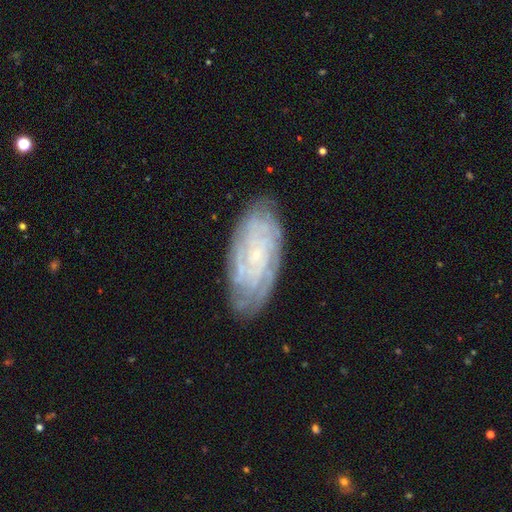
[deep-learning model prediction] smooth_or_featured: featured or disk (p=0.79) [alt: smooth p=0.13]
disk_edge_on: no (p=0.94) [alt: yes p=0.06]
bar: no (p=0.74) [alt: weak p=0.21]
has_spiral_arms: yes (p=0.95) [alt: no p=0.05]
spiral_winding: tight (p=0.78) [alt: medium p=0.18]
spiral_arm_count: can't tell (p=0.42) [alt: 4 p=0.18]
bulge_size: small (p=0.84) [alt: moderate p=0.10]
merging: none (p=0.80) [alt: minor disturbance p=0.15]